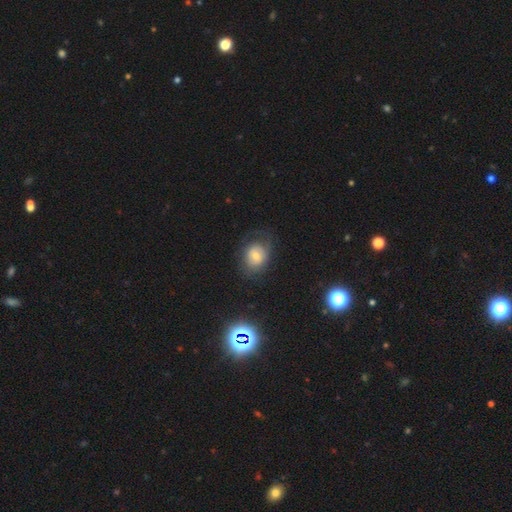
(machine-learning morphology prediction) smooth-or-featured: smooth: 61% | featured or disk: 28% | star or artifact: 11%
  how-rounded: in between: 50% | round: 49% | cigar-shaped: 1%
  merging: none: 61% | minor disturbance: 21% | major disturbance: 16% | merger: 2%